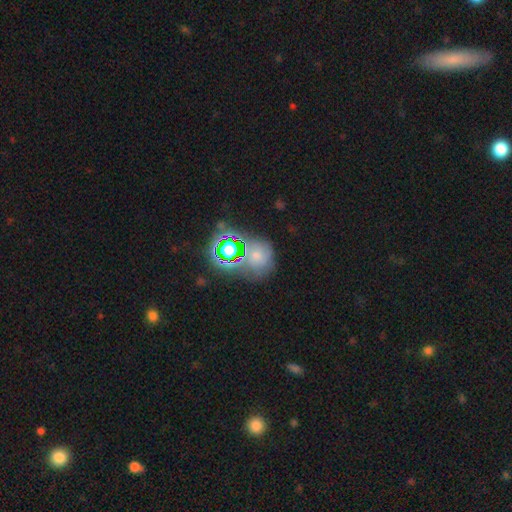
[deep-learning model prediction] A smooth galaxy with no disk features (51%) that is round (79%).

Vote fractions:
- Smooth or featured? smooth: 51% / star or artifact: 35% / featured or disk: 14%
- How rounded? round: 79% / in between: 20% / cigar-shaped: 1%
- Merging? none: 59% / minor disturbance: 17% / merger: 16% / major disturbance: 8%